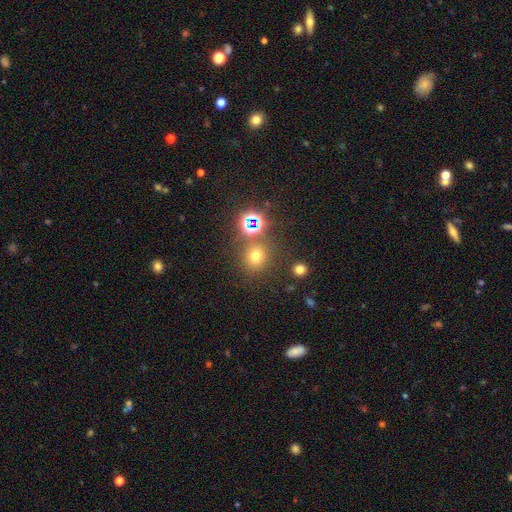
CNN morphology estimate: Q: Smooth or featured?
A: smooth (62%); runner-up: star or artifact (30%)
Q: How rounded?
A: round (86%); runner-up: in between (13%)
Q: Merging?
A: none (77%); runner-up: merger (10%)